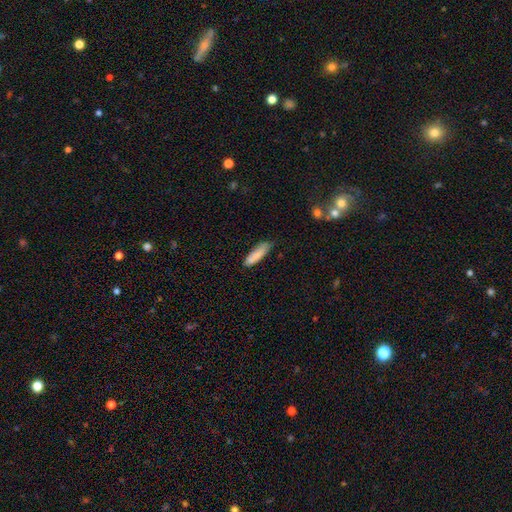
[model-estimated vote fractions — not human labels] smooth-or-featured: smooth: 86% | featured or disk: 8% | star or artifact: 6%
  how-rounded: cigar-shaped: 57% | in between: 41% | round: 1%
  merging: none: 74% | minor disturbance: 21% | major disturbance: 3% | merger: 2%